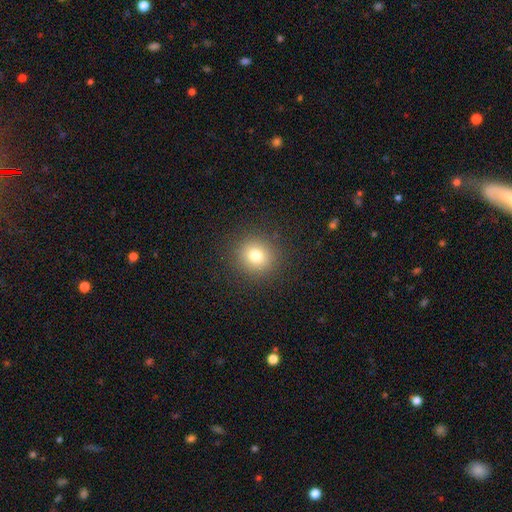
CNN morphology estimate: This appears to be a smooth galaxy with no disk features (78%) that is round (87%). Merging: none (90%).